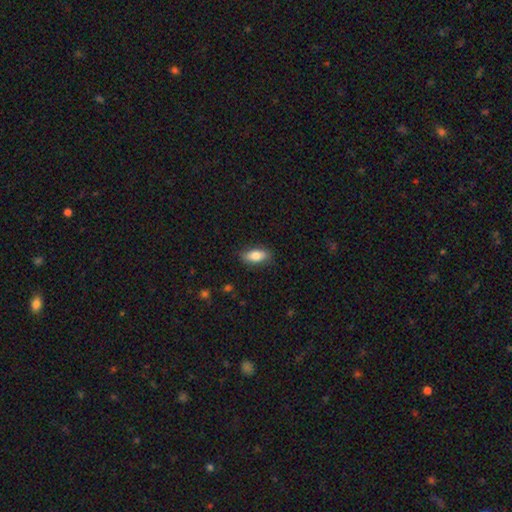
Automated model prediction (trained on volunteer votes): Q: Smooth or featured?
A: smooth (81%); runner-up: featured or disk (13%)
Q: How rounded?
A: in between (84%); runner-up: cigar-shaped (13%)
Q: Merging?
A: none (85%); runner-up: minor disturbance (11%)